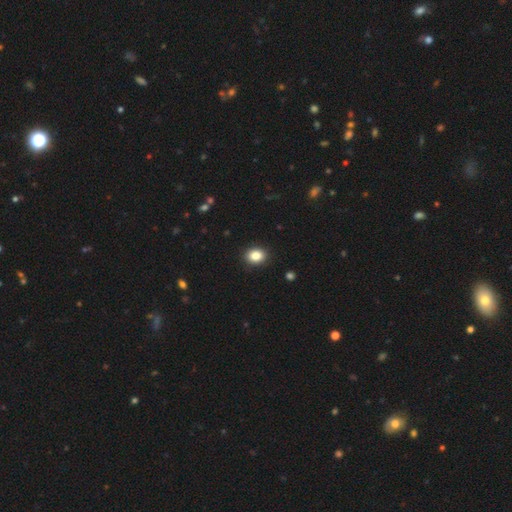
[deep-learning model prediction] This is clearly a smooth galaxy (85%). How rounded: possibly round (52%). Merging: clearly none (90%).